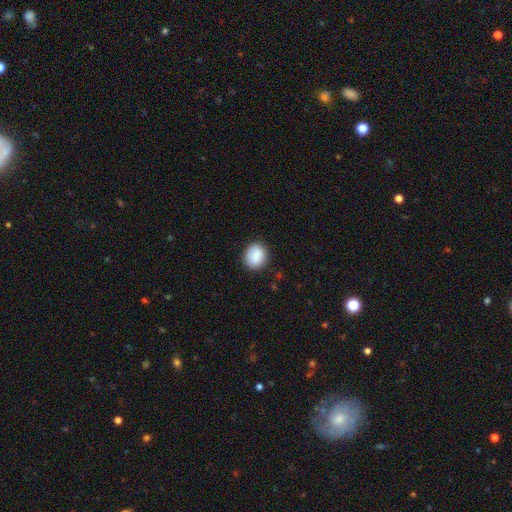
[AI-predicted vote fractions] Smooth or featured: smooth — 87% (star or artifact — 7%)
How rounded: round — 65% (in between — 34%)
Merging: none — 86% (minor disturbance — 11%)